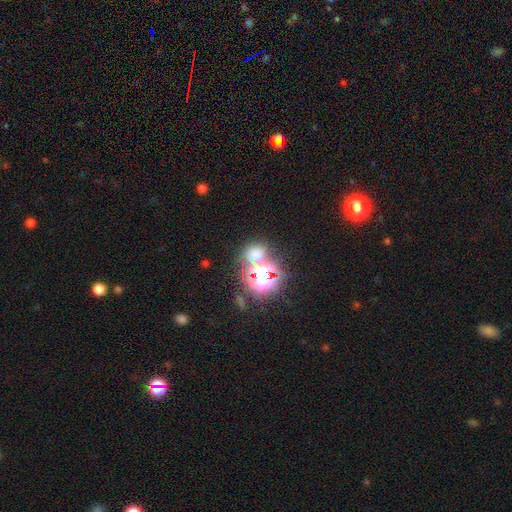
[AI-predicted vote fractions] Smooth or featured? smooth (47%)
Merging? none (57%)